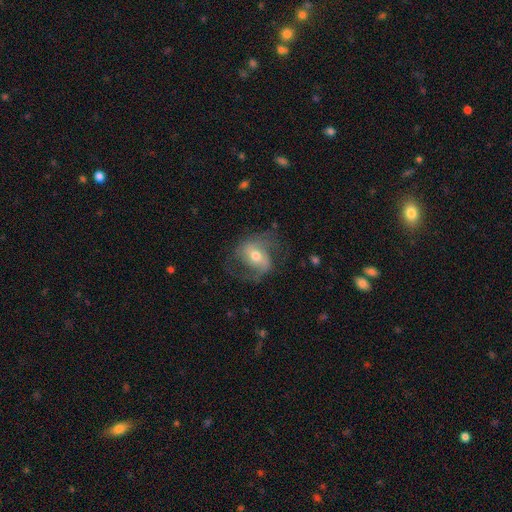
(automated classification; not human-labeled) A featured or disk galaxy (74%) with a weak bar (43%), 2 (80%) medium (46%) spiral arms (90%) and a moderate central bulge (67%).

Vote fractions:
- Smooth or featured? featured or disk: 74% / smooth: 19% / star or artifact: 7%
- Edge-on disk? no: 97% / yes: 3%
- Bar? weak: 43% / no: 33% / strong: 24%
- Spiral arms? yes: 90% / no: 10%
- Spiral winding? medium: 46% / loose: 38% / tight: 16%
- Spiral arm count? 2: 80% / can't tell: 8% / 1: 6% / 3: 3% / 4: 1% / more than 4: 1%
- Bulge size? moderate: 67% / small: 24% / large: 6% / none: 1% / dominant: 1%
- Merging? none: 61% / minor disturbance: 20% / major disturbance: 17% / merger: 1%